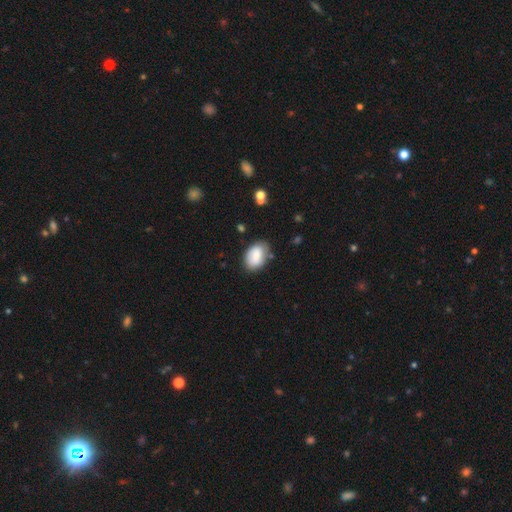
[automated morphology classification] A smooth galaxy with no disk features (81%) that is in between round and cigar-shaped (88%).

Vote fractions:
- Smooth or featured? smooth: 81% / featured or disk: 12% / star or artifact: 7%
- How rounded? in between: 88% / round: 11% / cigar-shaped: 1%
- Merging? none: 74% / minor disturbance: 19% / major disturbance: 4% / merger: 3%